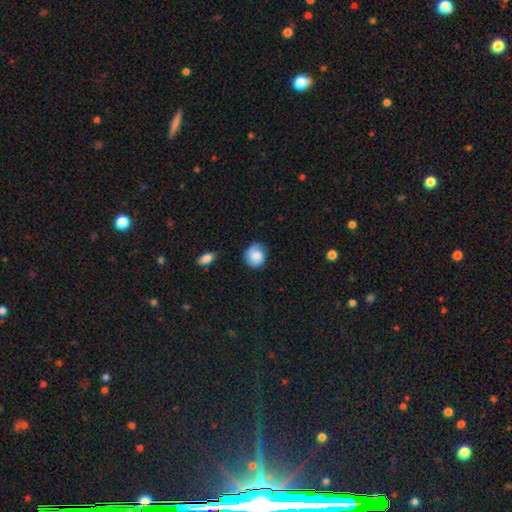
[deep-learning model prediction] A smooth galaxy with no disk features (76%) that is round (75%).

Vote fractions:
- Smooth or featured? smooth: 76% / featured or disk: 16% / star or artifact: 8%
- How rounded? round: 75% / in between: 24% / cigar-shaped: 1%
- Merging? none: 61% / minor disturbance: 29% / major disturbance: 8% / merger: 2%